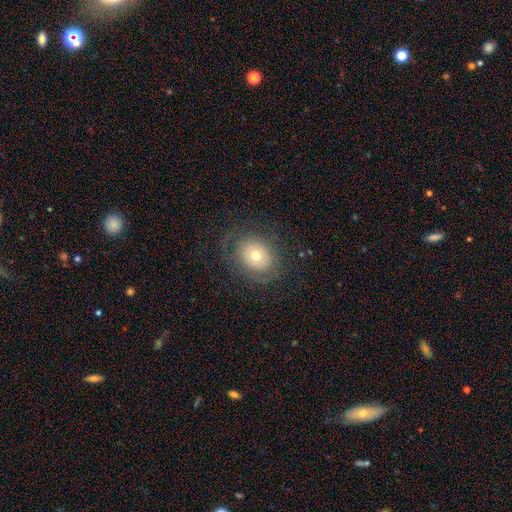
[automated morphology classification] smooth-or-featured: smooth: 64% | featured or disk: 25% | star or artifact: 11%
  how-rounded: round: 58% | in between: 41% | cigar-shaped: 1%
  merging: none: 75% | minor disturbance: 14% | major disturbance: 10% | merger: 1%